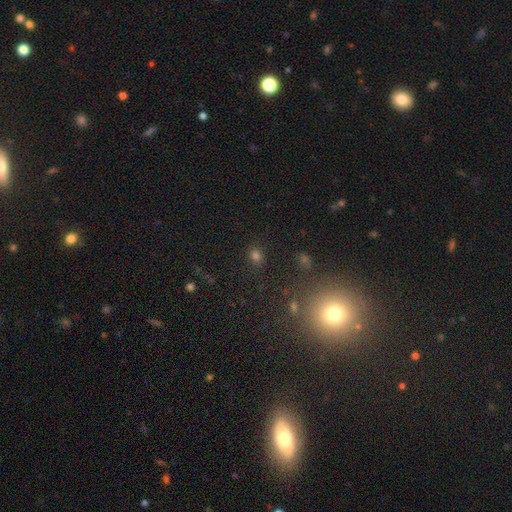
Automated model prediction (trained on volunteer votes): smooth-or-featured: smooth: 69% | star or artifact: 25% | featured or disk: 6%
  how-rounded: round: 64% | in between: 34% | cigar-shaped: 1%
  merging: none: 85% | minor disturbance: 9% | major disturbance: 3% | merger: 3%